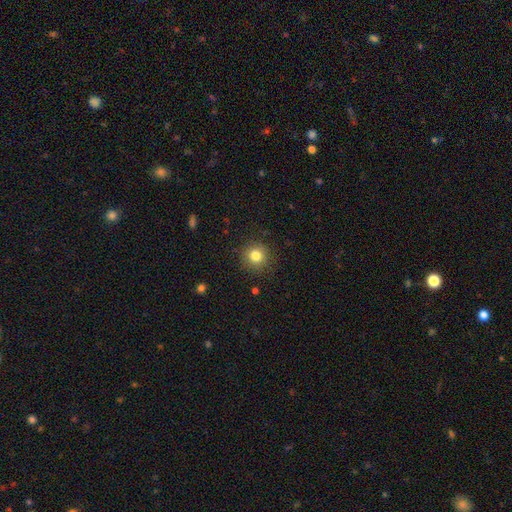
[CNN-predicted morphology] Smooth or featured? smooth (82%)
How rounded? round (93%)
Merging? none (89%)